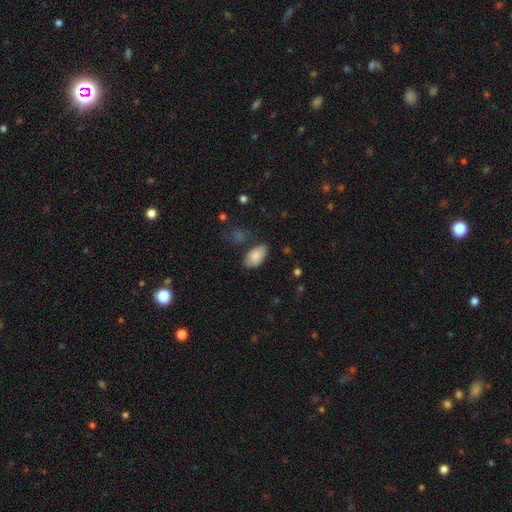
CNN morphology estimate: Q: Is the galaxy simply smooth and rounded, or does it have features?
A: smooth — 83%.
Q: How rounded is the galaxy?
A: in between — 94%.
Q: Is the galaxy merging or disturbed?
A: none — 67%.